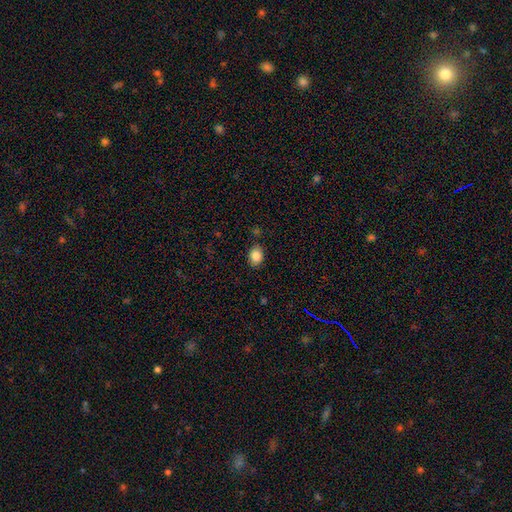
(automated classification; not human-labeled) This is clearly a smooth galaxy (86%). How rounded: likely in between (62%). Merging: clearly none (83%).